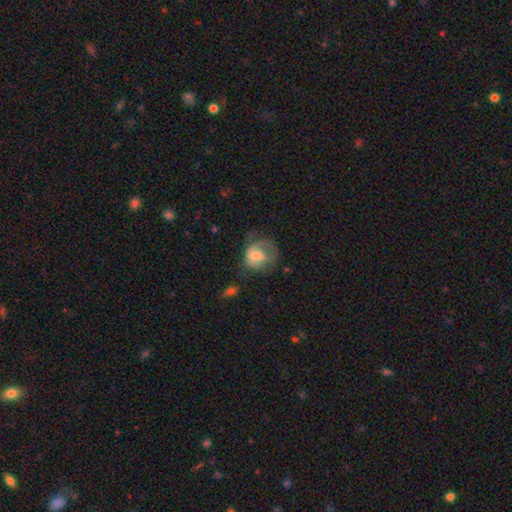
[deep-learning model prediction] This appears to be a smooth galaxy with no disk features (54%) that is round (60%). Merging: major disturbance (37%).